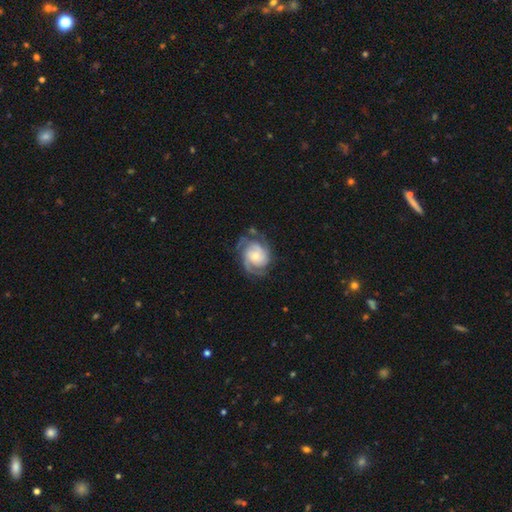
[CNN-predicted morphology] Smooth or featured: featured or disk — 82% (smooth — 13%)
Edge-on disk: no — 98% (yes — 2%)
Bar: no — 71% (weak — 24%)
Spiral arms: yes — 95% (no — 5%)
Spiral winding: tight — 54% (medium — 37%)
Spiral arm count: 3 — 33% (2 — 32%)
Bulge size: small — 48% (moderate — 42%)
Merging: none — 66% (minor disturbance — 20%)